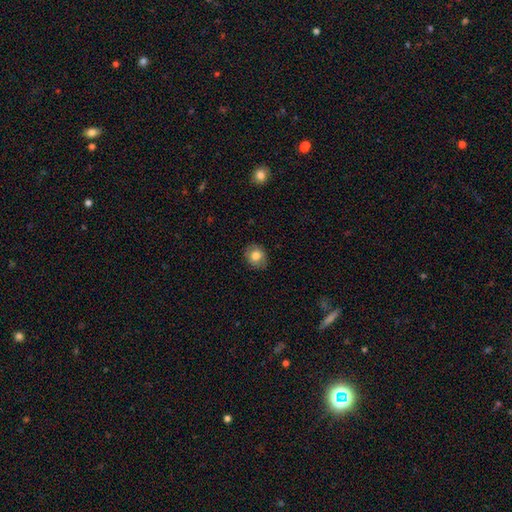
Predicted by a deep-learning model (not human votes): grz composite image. It shows a smooth galaxy with no disk features (79%) that is round (67%). Merging: none (85%).